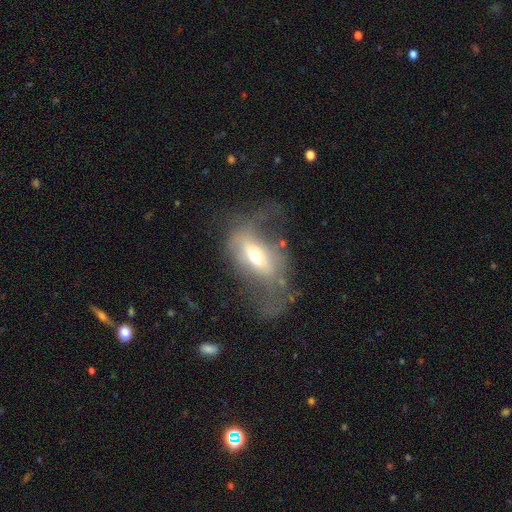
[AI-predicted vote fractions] smooth_or_featured: featured or disk (p=0.55) [alt: smooth p=0.36]
disk_edge_on: no (p=0.83) [alt: yes p=0.17]
merging: major disturbance (p=0.48) [alt: none p=0.29]